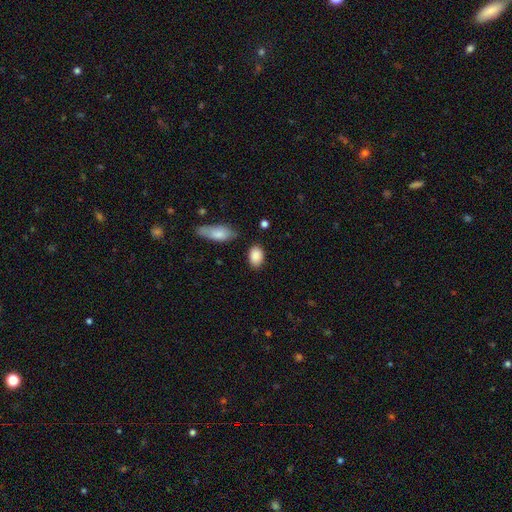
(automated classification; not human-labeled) A smooth galaxy with no disk features (89%) that is in between round and cigar-shaped (83%). Merging: none (79%).